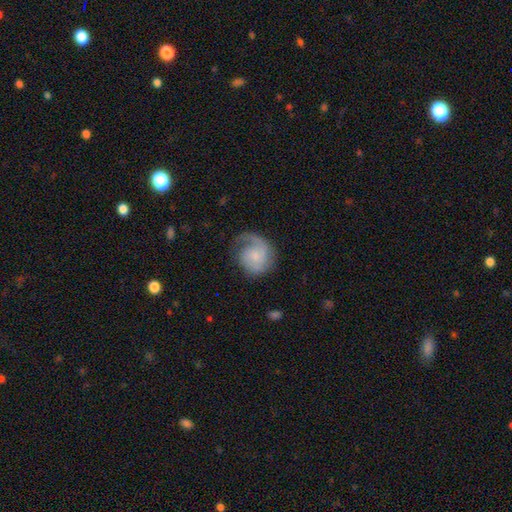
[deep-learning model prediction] Smooth or featured? Predicted: featured or disk (p=0.69). Edge-on disk? Predicted: no (p=0.98). Bar? Predicted: no (p=0.64). Spiral arms? Predicted: yes (p=0.93). Spiral winding? Predicted: medium (p=0.41). Spiral arm count? Predicted: 1 (p=0.58). Bulge size? Predicted: small (p=0.44). Merging? Predicted: none (p=0.57).